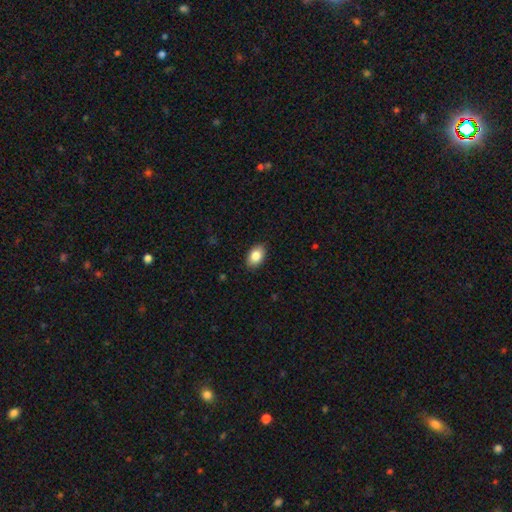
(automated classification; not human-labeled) A smooth galaxy with no disk features (84%) that is in between round and cigar-shaped (88%). Merging: none (88%).